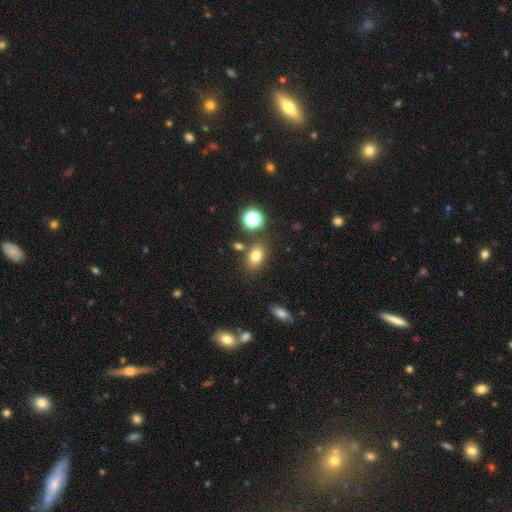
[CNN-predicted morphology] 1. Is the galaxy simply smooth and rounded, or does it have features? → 76% smooth, 14% star or artifact, 10% featured or disk.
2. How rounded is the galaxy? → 77% in between, 21% round, 2% cigar-shaped.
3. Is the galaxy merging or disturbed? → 76% none, 11% minor disturbance, 9% merger, 4% major disturbance.